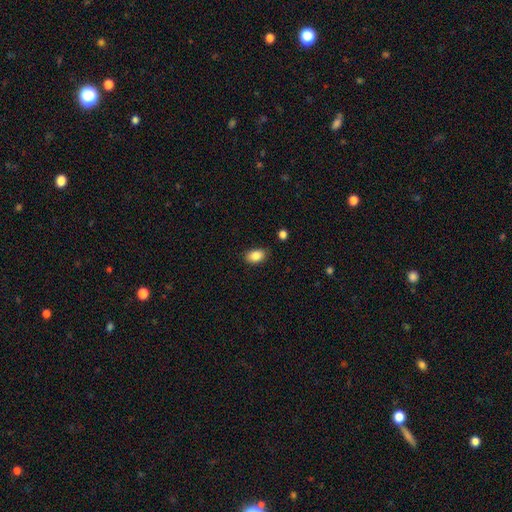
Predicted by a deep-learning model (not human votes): A smooth galaxy with no disk features (87%) that is in between round and cigar-shaped (84%). Merging: none (83%).